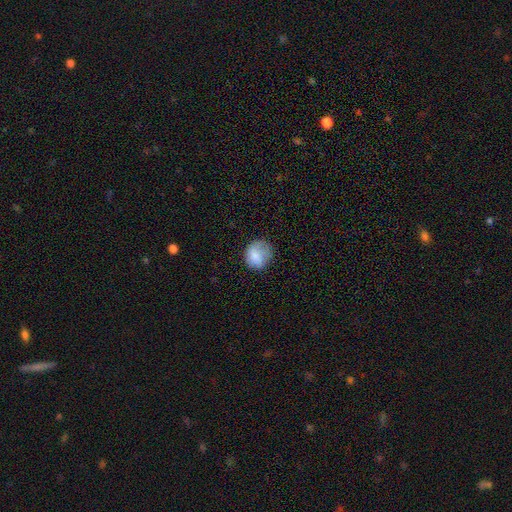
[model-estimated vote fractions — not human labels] The model was most divided on "merging": none: 64%, minor disturbance: 24%, major disturbance: 11%, merger: 1%. More confident: smooth or featured — smooth (80%); how rounded — round (76%).